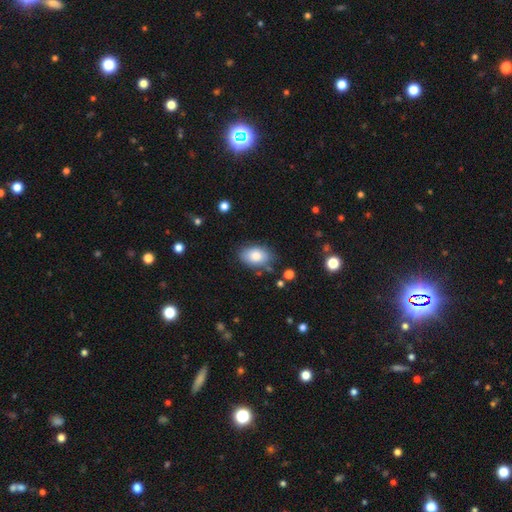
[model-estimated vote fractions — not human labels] Smooth or featured: smooth — 81% (featured or disk — 11%)
How rounded: in between — 87% (round — 12%)
Merging: none — 78% (minor disturbance — 16%)